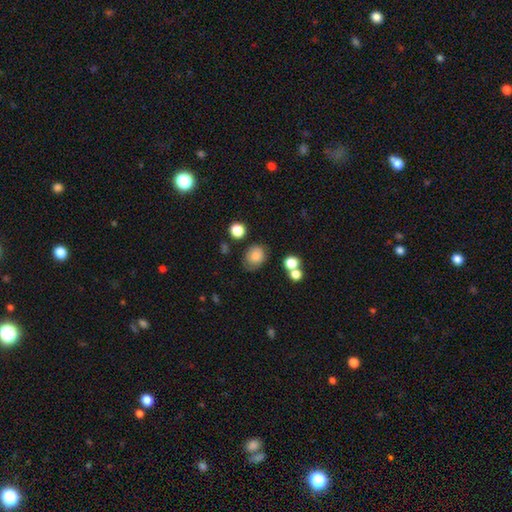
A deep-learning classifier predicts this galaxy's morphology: This is likely a smooth galaxy (77%). How rounded: possibly round (59%). Merging: possibly none (58%).